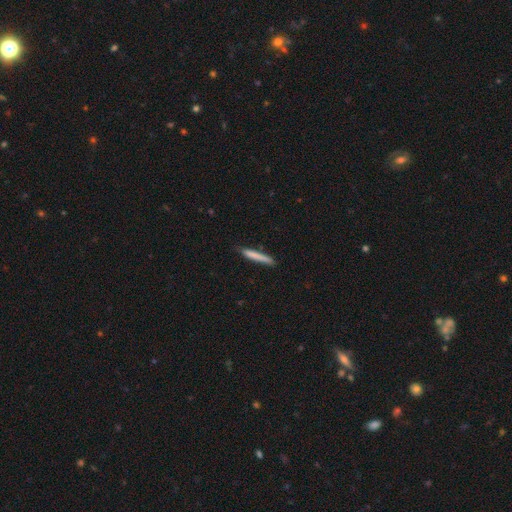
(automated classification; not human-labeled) This appears to be a smooth galaxy with no disk features (77%) that is cigar-shaped (96%). Merging: none (81%).